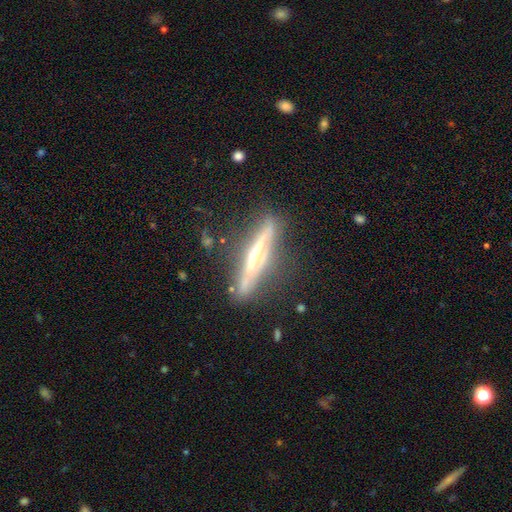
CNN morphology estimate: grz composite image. It shows a featured or disk galaxy (78%) viewed edge-on (94%) with a rounded central bulge (64%). Merging: none (82%).